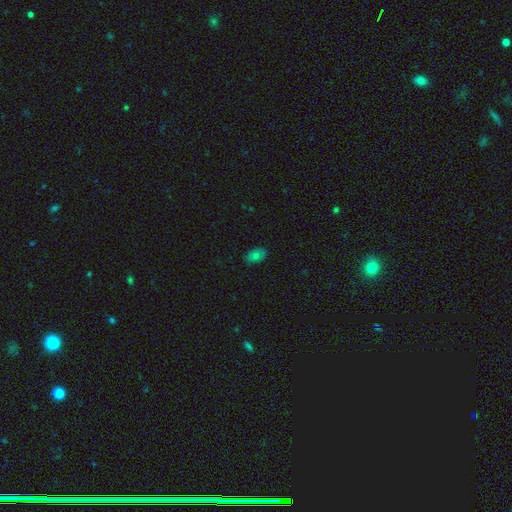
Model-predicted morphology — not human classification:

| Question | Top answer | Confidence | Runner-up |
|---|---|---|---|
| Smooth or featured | smooth | 70% | featured or disk (18%) |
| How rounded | in between | 84% | round (15%) |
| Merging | none | 84% | minor disturbance (13%) |